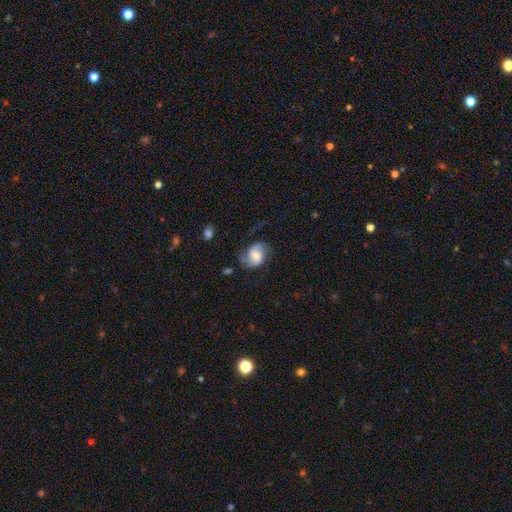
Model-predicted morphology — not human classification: Smooth or featured?
  - featured or disk: 63% *
  - smooth: 29%
  - star or artifact: 8%
Edge-on disk?
  - no: 97% *
  - yes: 3%
Bar?
  - weak: 44% *
  - no: 42%
  - strong: 14%
Spiral arms?
  - yes: 91% *
  - no: 9%
Spiral winding?
  - medium: 45% *
  - loose: 34%
  - tight: 21%
Spiral arm count?
  - 2: 82% *
  - 1: 8%
  - can't tell: 7%
  - 3: 2%
  - 4: 1%
  - more than 4: 1%
Bulge size?
  - moderate: 51% *
  - small: 25%
  - large: 16%
  - none: 6%
  - dominant: 3%
Merging?
  - none: 60% *
  - minor disturbance: 23%
  - major disturbance: 15%
  - merger: 2%